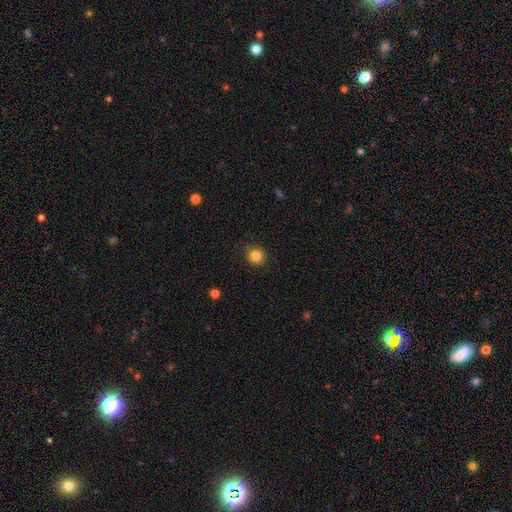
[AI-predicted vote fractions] Overall: smooth (84%). How rounded: round (88%). Merging: none (88%).